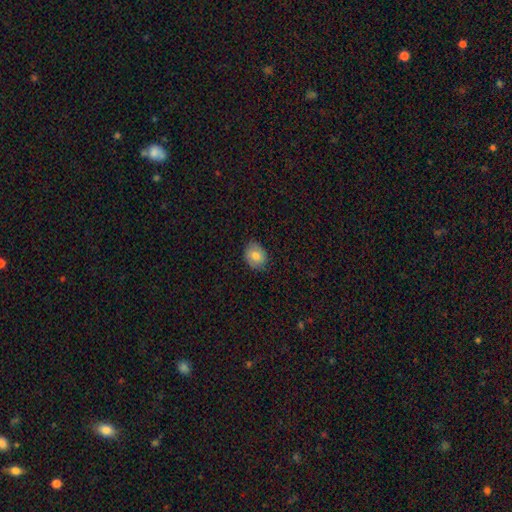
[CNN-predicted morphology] smooth-or-featured: smooth: 79% | featured or disk: 12% | star or artifact: 9%
  how-rounded: round: 53% | in between: 46% | cigar-shaped: 1%
  merging: none: 83% | minor disturbance: 14% | major disturbance: 2% | merger: 1%